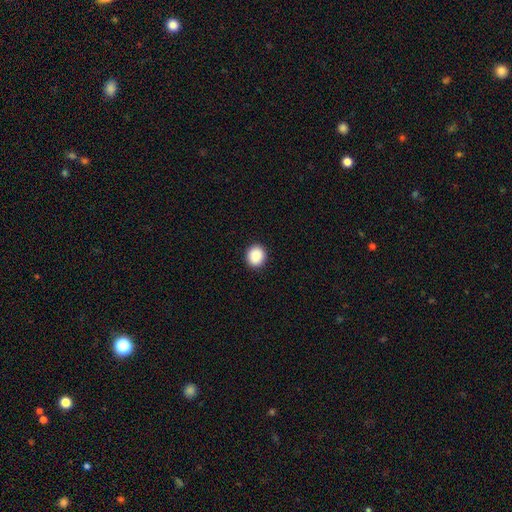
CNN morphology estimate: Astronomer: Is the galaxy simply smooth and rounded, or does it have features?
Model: smooth — 90%.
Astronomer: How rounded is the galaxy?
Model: round — 79%.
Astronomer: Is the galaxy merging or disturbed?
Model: none — 92%.